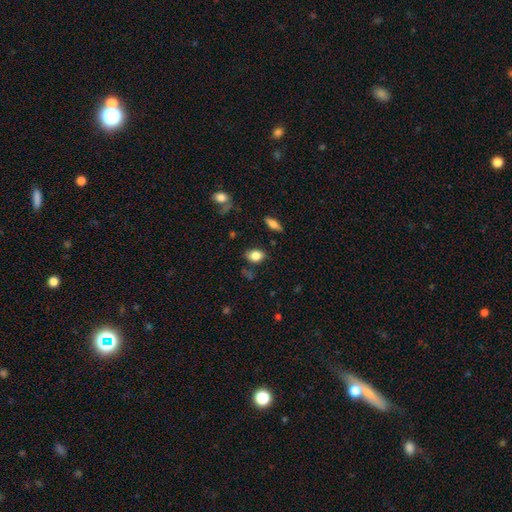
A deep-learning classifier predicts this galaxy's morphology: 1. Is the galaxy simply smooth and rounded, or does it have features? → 82% smooth, 9% featured or disk, 9% star or artifact.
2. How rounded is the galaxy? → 74% in between, 24% round, 2% cigar-shaped.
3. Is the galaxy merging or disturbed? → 76% none, 17% minor disturbance, 4% major disturbance, 3% merger.